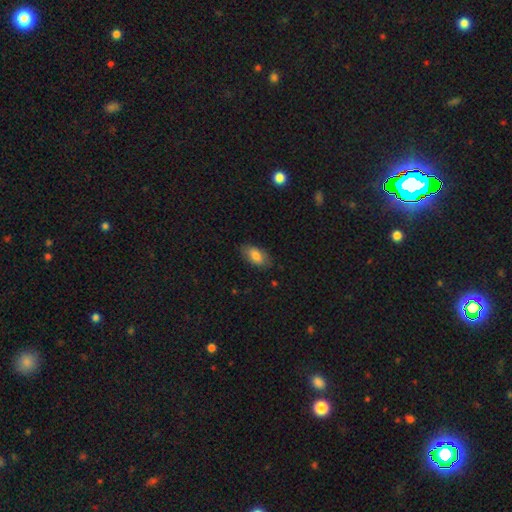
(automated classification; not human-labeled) smooth-or-featured: smooth: 83% | featured or disk: 10% | star or artifact: 7%
  how-rounded: in between: 91% | cigar-shaped: 6% | round: 3%
  merging: none: 81% | minor disturbance: 15% | major disturbance: 3% | merger: 1%